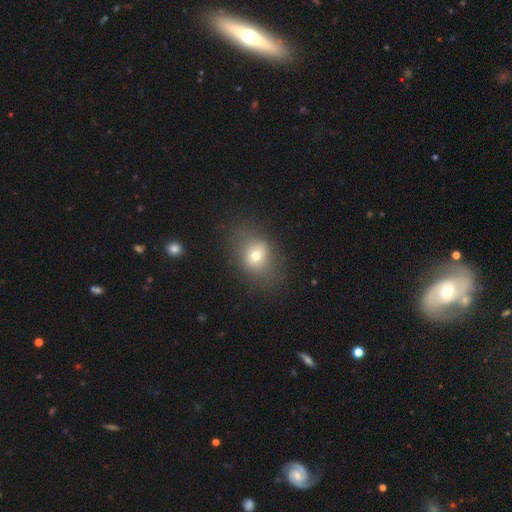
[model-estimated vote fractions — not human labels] Morphology: type=smooth (69%); roundness=in between (55%); merging=none (74%).